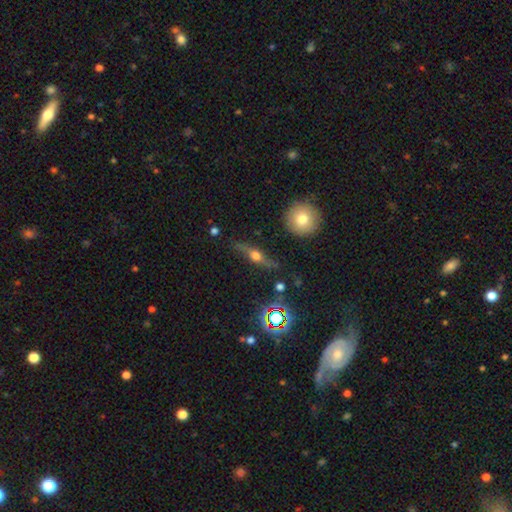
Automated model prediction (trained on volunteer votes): Smooth or featured?
  - featured or disk: 68% *
  - smooth: 21%
  - star or artifact: 11%
Edge-on disk?
  - yes: 83% *
  - no: 17%
Edge-on bulge?
  - rounded: 94% *
  - boxy: 4%
  - none: 2%
Merging?
  - none: 75% *
  - minor disturbance: 16%
  - major disturbance: 6%
  - merger: 3%